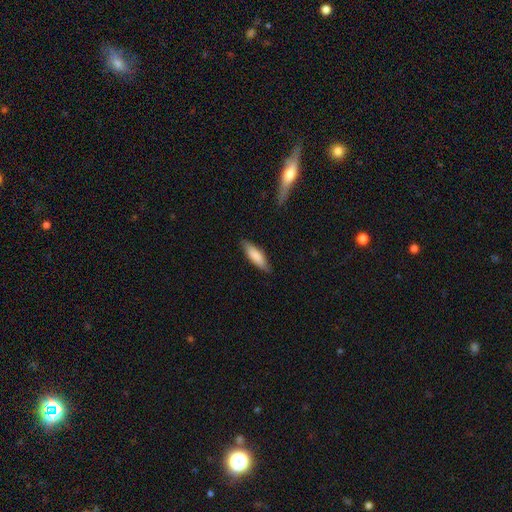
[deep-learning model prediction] smooth 80%, featured or disk 14%, star or artifact 5%. Down the decision tree: how rounded — cigar-shaped (55%); merging — none (83%).